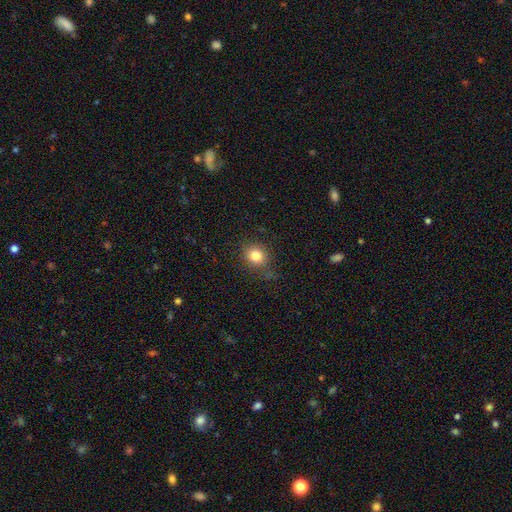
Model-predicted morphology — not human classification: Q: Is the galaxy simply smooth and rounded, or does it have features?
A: smooth — 81%.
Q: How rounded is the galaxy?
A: round — 75%.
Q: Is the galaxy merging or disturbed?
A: none — 76%.